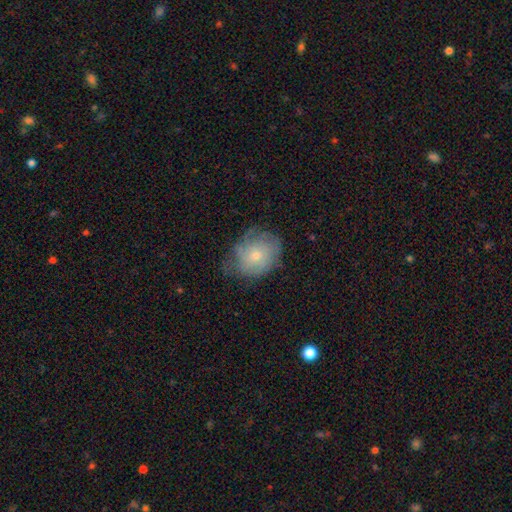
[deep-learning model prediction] Q: Smooth or featured?
A: smooth (50%); runner-up: featured or disk (41%)
Q: How rounded?
A: round (58%); runner-up: in between (41%)
Q: Merging?
A: none (56%); runner-up: minor disturbance (31%)